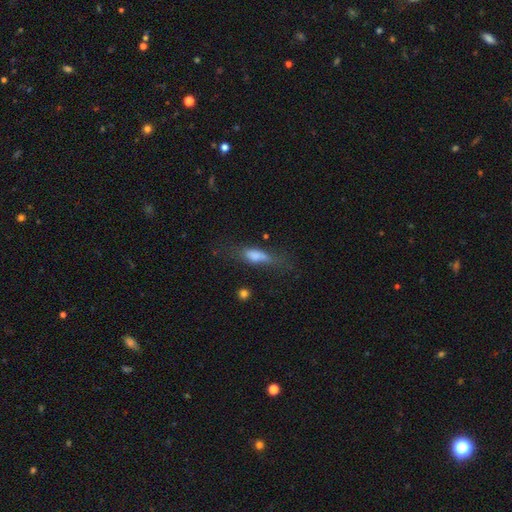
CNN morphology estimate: smooth 73%, featured or disk 18%, star or artifact 9%. Down the decision tree: how rounded — in between (59%); merging — none (43%).